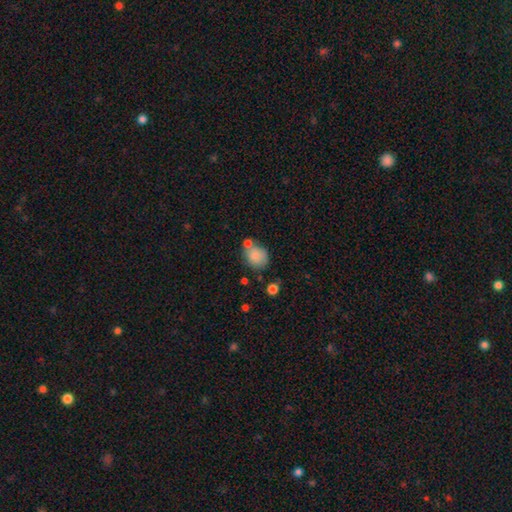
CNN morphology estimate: The model was most divided on "how rounded": round: 69%, in between: 30%, cigar-shaped: 1%. More confident: smooth or featured — smooth (83%); merging — none (60%).